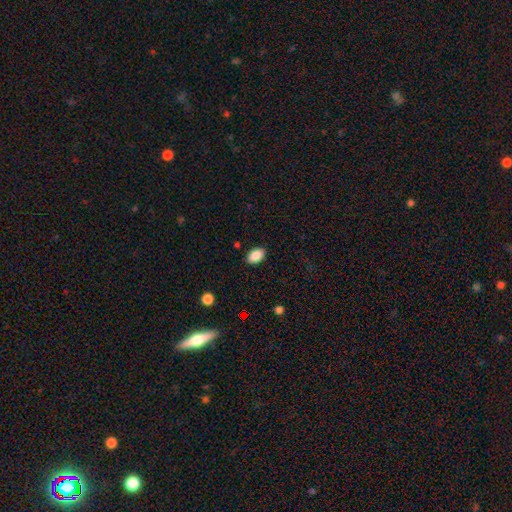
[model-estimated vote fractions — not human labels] smooth_or_featured: smooth (p=0.87) [alt: star or artifact p=0.08]
how_rounded: in between (p=0.90) [alt: round p=0.09]
merging: none (p=0.88) [alt: minor disturbance p=0.09]